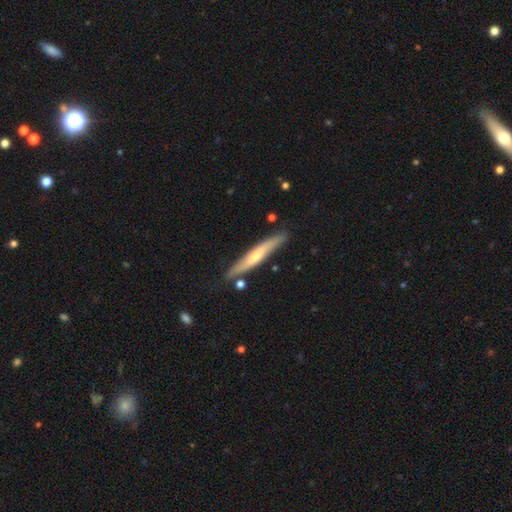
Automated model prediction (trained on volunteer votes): This is possibly a featured or disk galaxy (51%). It is clearly viewed edge-on (85%). Merging: likely none (80%).